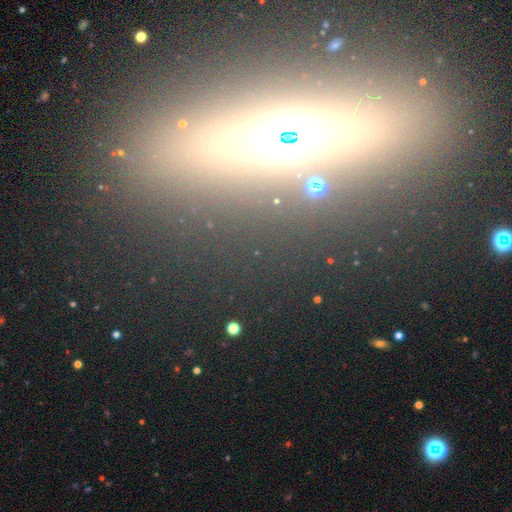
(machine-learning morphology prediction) smooth_or_featured: featured or disk (p=0.45) [alt: star or artifact p=0.33]
merging: none (p=0.87) [alt: minor disturbance p=0.07]